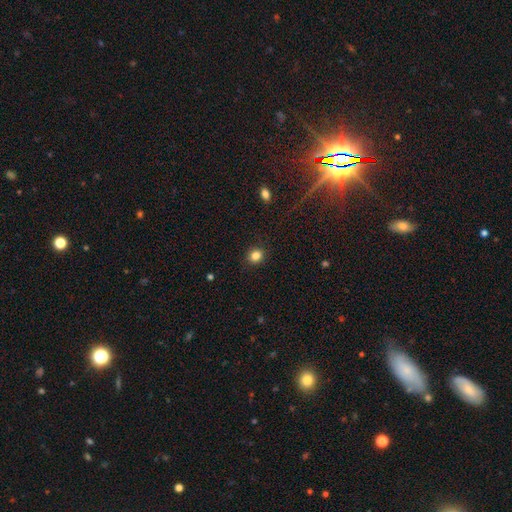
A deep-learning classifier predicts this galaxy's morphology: type=smooth (84%); roundness=round (78%); merging=none (90%).